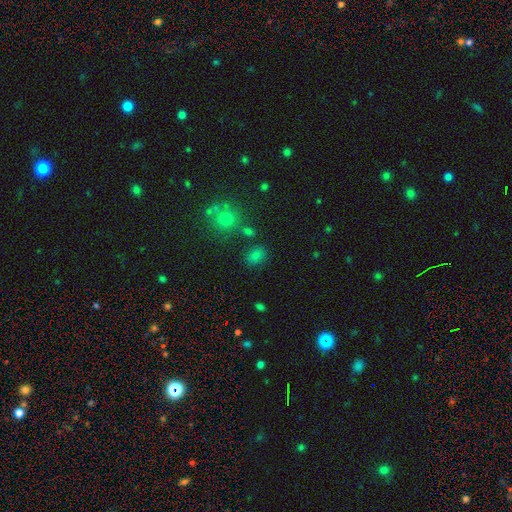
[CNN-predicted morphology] smooth 75%, star or artifact 18%, featured or disk 7%. Down the decision tree: how rounded — in between (56%); merging — none (77%).